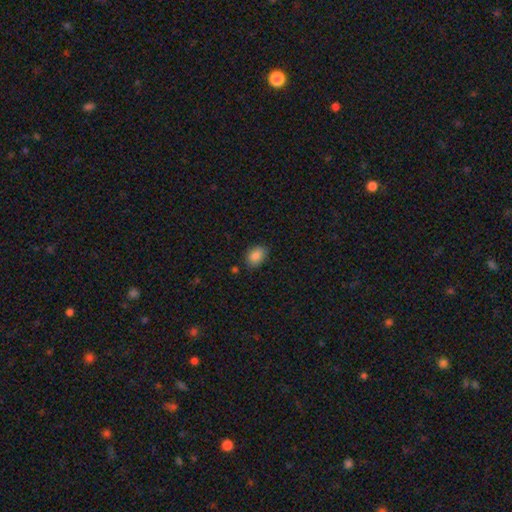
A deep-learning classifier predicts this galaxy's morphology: smooth-or-featured: smooth: 87% | star or artifact: 8% | featured or disk: 5%
  how-rounded: in between: 80% | round: 19% | cigar-shaped: 1%
  merging: none: 78% | minor disturbance: 17% | major disturbance: 3% | merger: 2%